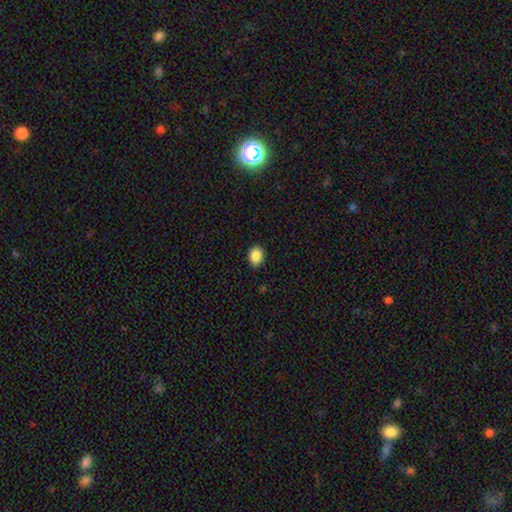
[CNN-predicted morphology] This is clearly a smooth galaxy (88%). How rounded: possibly round (52%). Merging: clearly none (89%).